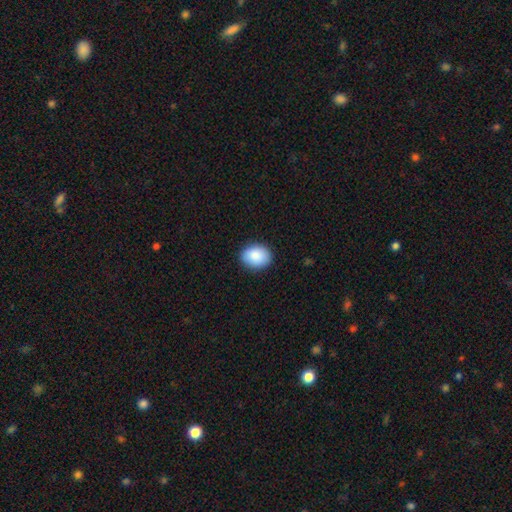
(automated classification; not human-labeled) This is clearly a smooth galaxy (88%). How rounded: likely in between (61%). Merging: clearly none (89%).